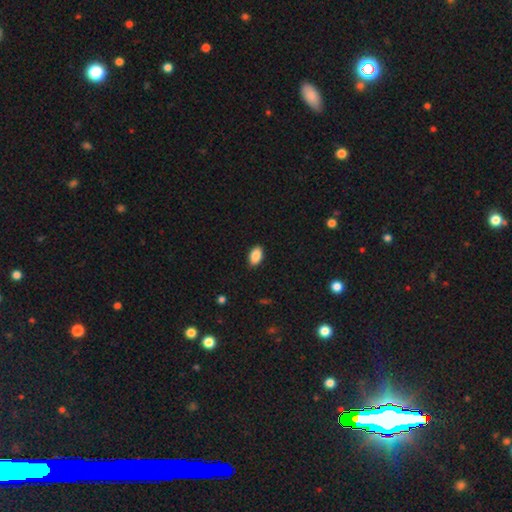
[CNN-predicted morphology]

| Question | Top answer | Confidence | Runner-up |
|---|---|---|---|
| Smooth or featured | smooth | 89% | star or artifact (7%) |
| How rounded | in between | 93% | round (5%) |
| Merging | none | 87% | minor disturbance (10%) |